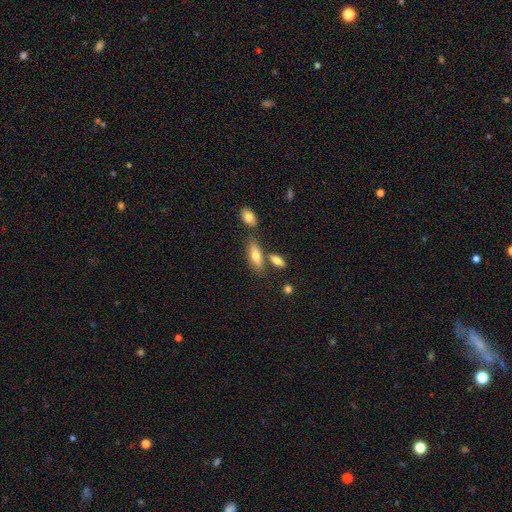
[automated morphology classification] Smooth or featured?
  - smooth: 71% *
  - featured or disk: 22%
  - star or artifact: 7%
How rounded?
  - in between: 68% *
  - cigar-shaped: 29%
  - round: 3%
Merging?
  - none: 65% *
  - merger: 18%
  - minor disturbance: 13%
  - major disturbance: 4%